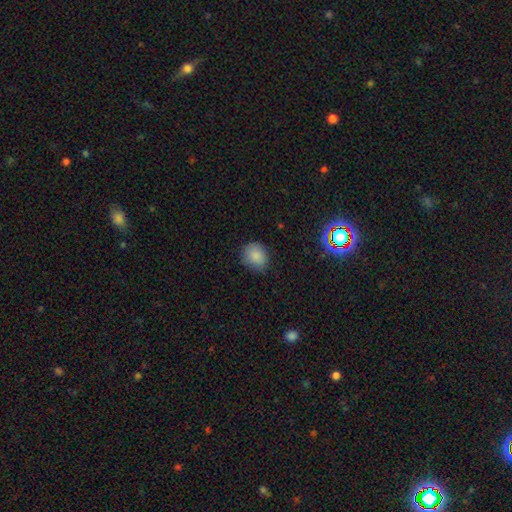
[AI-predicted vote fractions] smooth-or-featured: smooth: 85% | star or artifact: 10% | featured or disk: 6%
  how-rounded: round: 70% | in between: 29% | cigar-shaped: 1%
  merging: none: 76% | minor disturbance: 19% | major disturbance: 4% | merger: 1%